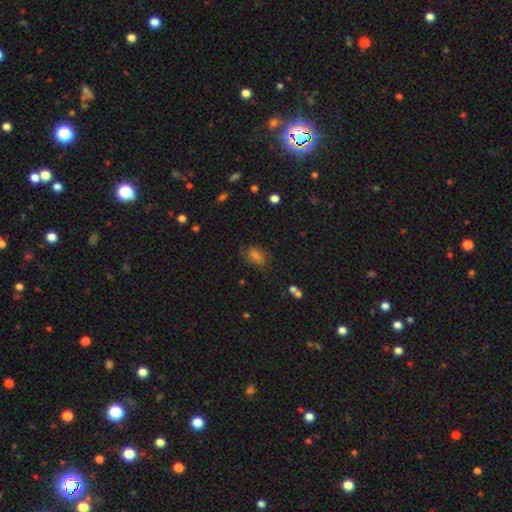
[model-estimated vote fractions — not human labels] Smooth or featured: smooth — 63% (star or artifact — 26%)
How rounded: in between — 81% (round — 15%)
Merging: none — 77% (minor disturbance — 16%)